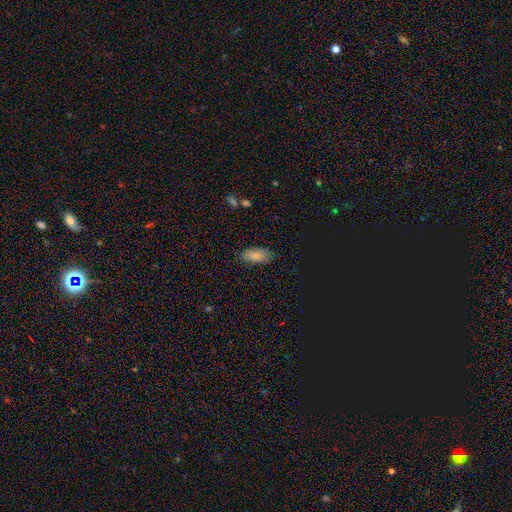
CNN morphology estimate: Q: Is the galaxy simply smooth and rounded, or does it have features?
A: smooth — 82%.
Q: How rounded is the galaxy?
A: in between — 88%.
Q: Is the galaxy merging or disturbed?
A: none — 81%.